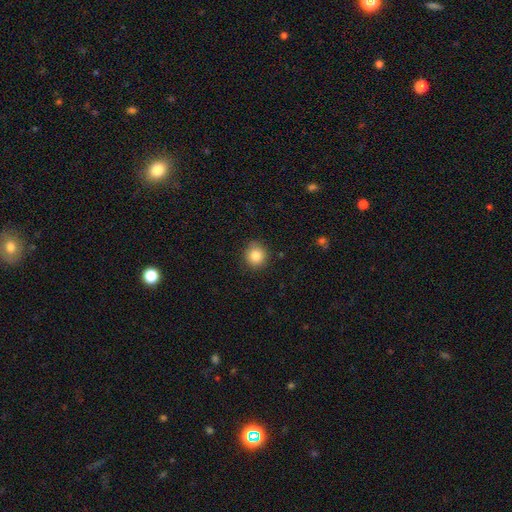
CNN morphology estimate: This is clearly a smooth galaxy (85%). How rounded: clearly round (92%). Merging: clearly none (88%).